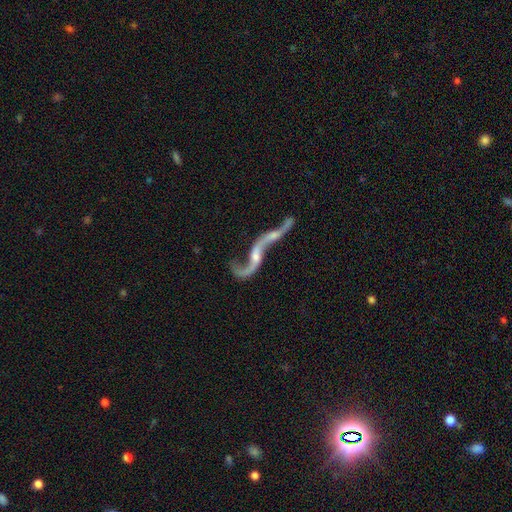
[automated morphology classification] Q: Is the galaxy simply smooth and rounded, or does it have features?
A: featured or disk — 85%.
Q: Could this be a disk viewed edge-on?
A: no — 83%.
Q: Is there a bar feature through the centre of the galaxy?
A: no — 52%.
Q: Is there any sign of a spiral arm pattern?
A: yes — 87%.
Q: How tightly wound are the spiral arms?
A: loose — 92%.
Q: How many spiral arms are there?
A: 2 — 86%.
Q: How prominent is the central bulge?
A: small — 49%.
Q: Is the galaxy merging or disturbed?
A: none — 38%.